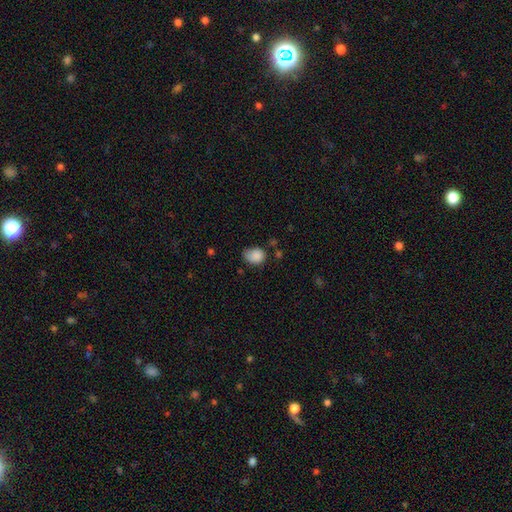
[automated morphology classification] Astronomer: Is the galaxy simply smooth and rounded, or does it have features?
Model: smooth — 86%.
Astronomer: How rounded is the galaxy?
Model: in between — 51% (runner-up: round, 48%).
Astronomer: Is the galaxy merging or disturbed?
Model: none — 47% (runner-up: minor disturbance, 39%).